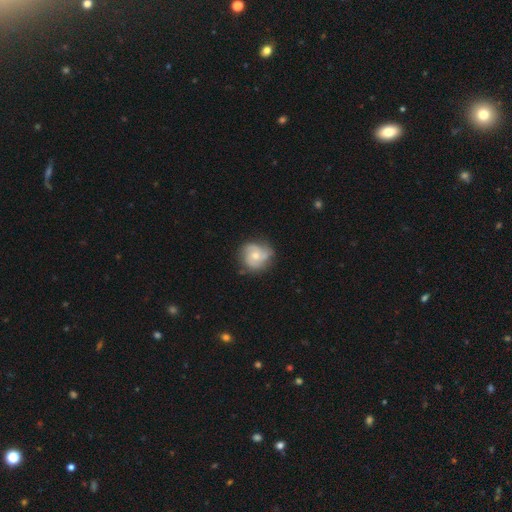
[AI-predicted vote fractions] Q: Smooth or featured?
A: featured or disk (67%); runner-up: smooth (26%)
Q: Edge-on disk?
A: no (98%); runner-up: yes (2%)
Q: Bar?
A: no (77%); runner-up: weak (20%)
Q: Spiral arms?
A: yes (90%); runner-up: no (10%)
Q: Spiral winding?
A: medium (43%); runner-up: tight (41%)
Q: Spiral arm count?
A: 3 (47%); runner-up: 2 (23%)
Q: Bulge size?
A: moderate (55%); runner-up: small (41%)
Q: Merging?
A: none (70%); runner-up: minor disturbance (22%)